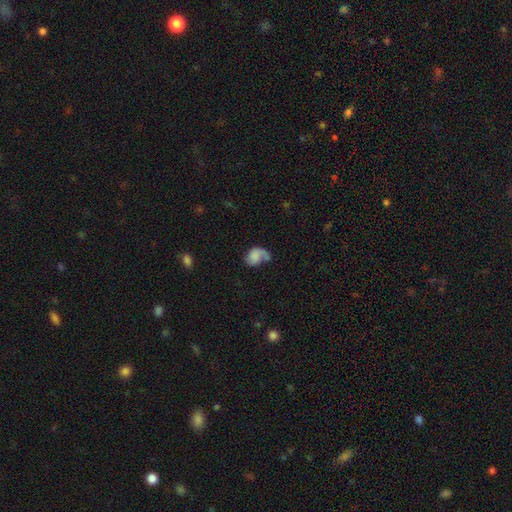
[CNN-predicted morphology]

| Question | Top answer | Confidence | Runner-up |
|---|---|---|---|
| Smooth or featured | smooth | 56% | featured or disk (35%) |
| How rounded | in between | 66% | round (32%) |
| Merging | major disturbance | 35% | none (31%) |